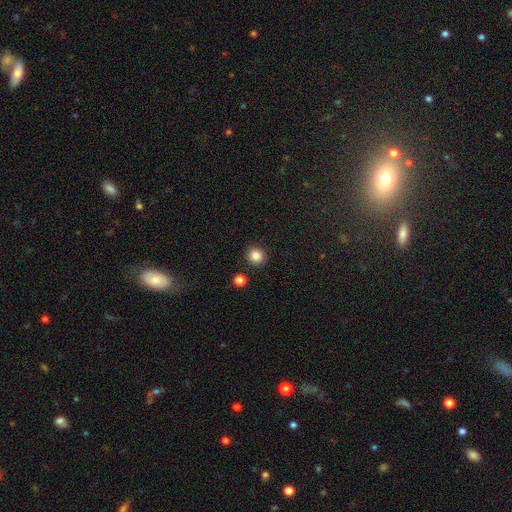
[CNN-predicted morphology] Smooth or featured? smooth (85%)
How rounded? round (93%)
Merging? none (90%)